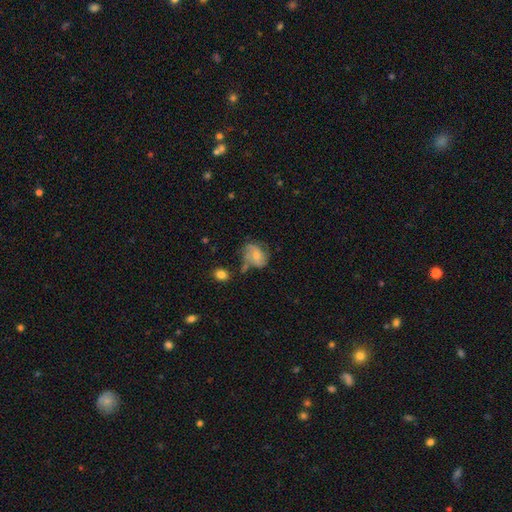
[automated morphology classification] Q: Smooth or featured?
A: smooth (52%); runner-up: featured or disk (39%)
Q: How rounded?
A: in between (60%); runner-up: round (39%)
Q: Merging?
A: none (41%); runner-up: minor disturbance (30%)